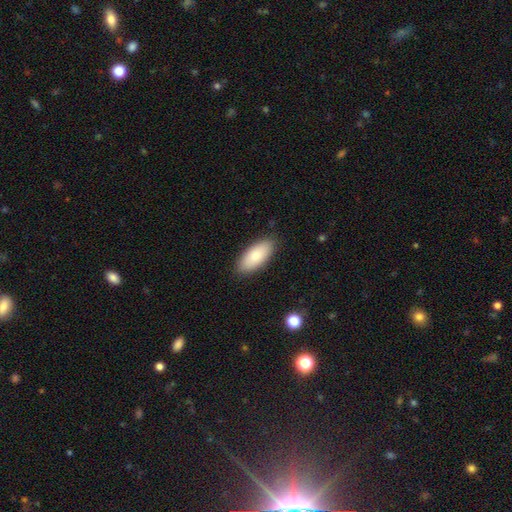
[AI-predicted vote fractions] This appears to be a smooth galaxy with no disk features (83%) that is in between round and cigar-shaped (86%). Merging: none (87%).